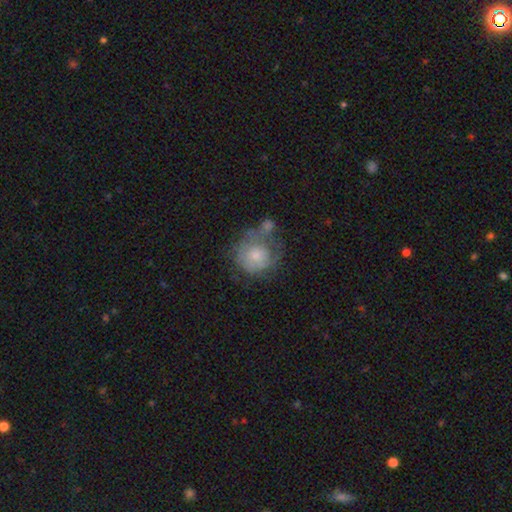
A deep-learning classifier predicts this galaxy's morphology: Smooth or featured? smooth (56%)
How rounded? round (83%)
Merging? none (35%)